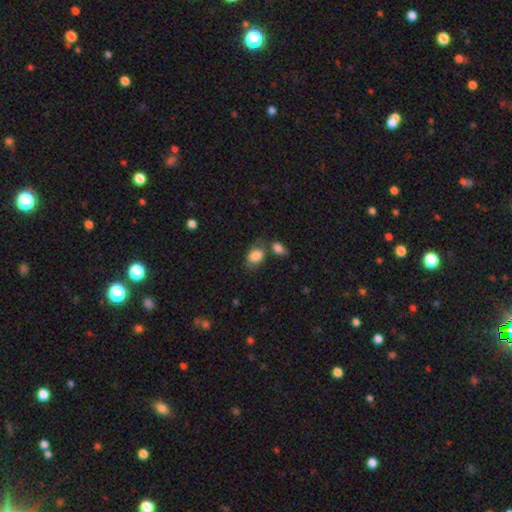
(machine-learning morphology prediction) This appears to be a smooth galaxy with no disk features (82%) that is in between round and cigar-shaped (74%). Merging: none (47%).